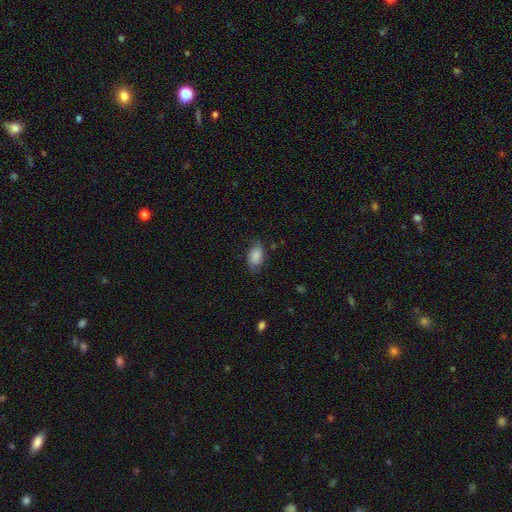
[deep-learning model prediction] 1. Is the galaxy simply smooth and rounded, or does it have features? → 87% smooth, 7% star or artifact, 6% featured or disk.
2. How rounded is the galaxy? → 89% in between, 9% round, 2% cigar-shaped.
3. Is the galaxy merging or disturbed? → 75% none, 19% minor disturbance, 5% major disturbance, 1% merger.